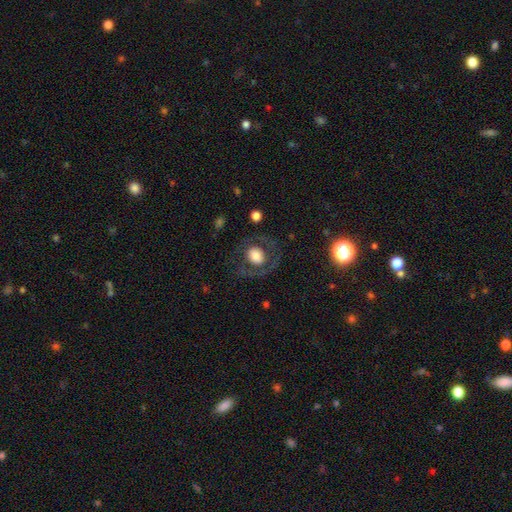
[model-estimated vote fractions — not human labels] Smooth or featured?
  - smooth: 55% *
  - featured or disk: 37%
  - star or artifact: 8%
How rounded?
  - round: 75% *
  - in between: 24%
  - cigar-shaped: 1%
Merging?
  - none: 72% *
  - major disturbance: 13%
  - minor disturbance: 13%
  - merger: 2%